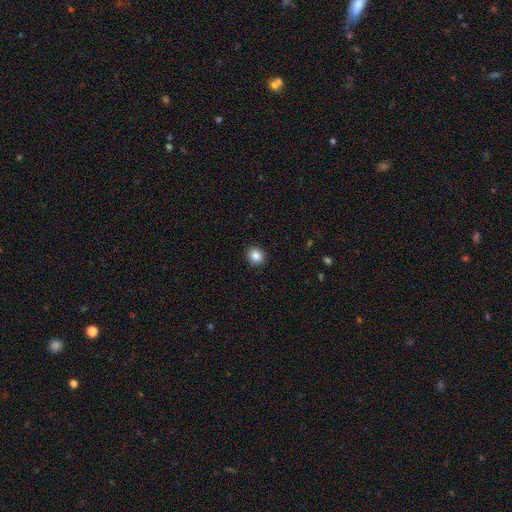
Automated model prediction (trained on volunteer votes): This is clearly a smooth galaxy (86%). How rounded: clearly round (86%). Merging: clearly none (92%).